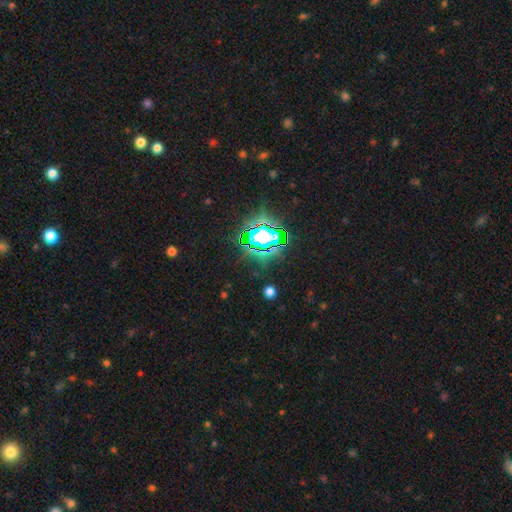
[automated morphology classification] Smooth or featured?
  - star or artifact: 83% *
  - smooth: 11%
  - featured or disk: 6%